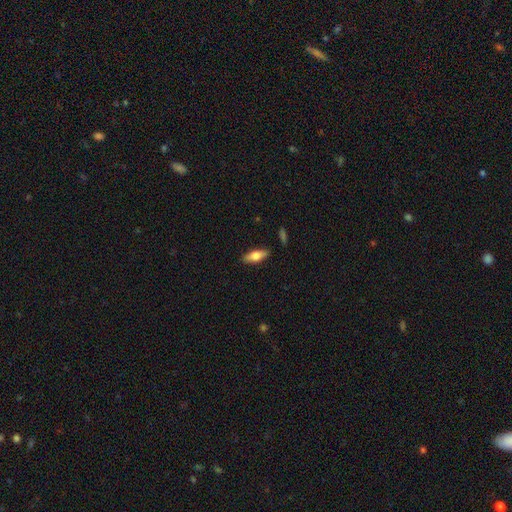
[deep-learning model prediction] Smooth or featured: smooth — 66% (featured or disk — 28%)
How rounded: in between — 67% (cigar-shaped — 30%)
Merging: none — 87% (minor disturbance — 10%)